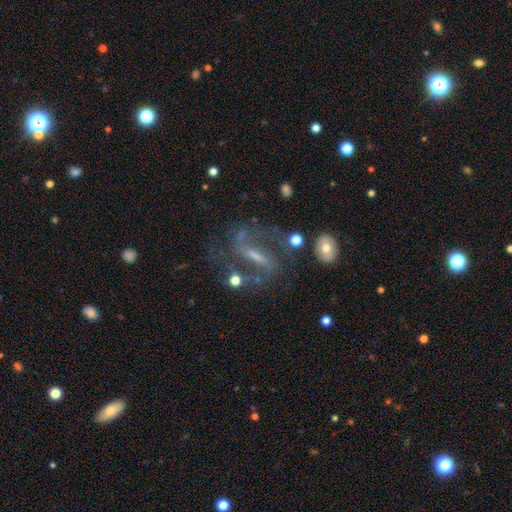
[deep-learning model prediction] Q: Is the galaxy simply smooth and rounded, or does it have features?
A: featured or disk — 80%.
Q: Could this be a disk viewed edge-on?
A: no — 89%.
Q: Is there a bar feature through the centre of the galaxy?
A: strong — 58%.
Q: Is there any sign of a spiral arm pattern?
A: yes — 86%.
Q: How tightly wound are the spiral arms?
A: medium — 49%.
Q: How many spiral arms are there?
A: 2 — 81%.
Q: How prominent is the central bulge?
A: small — 51%.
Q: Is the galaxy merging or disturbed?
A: none — 60%.